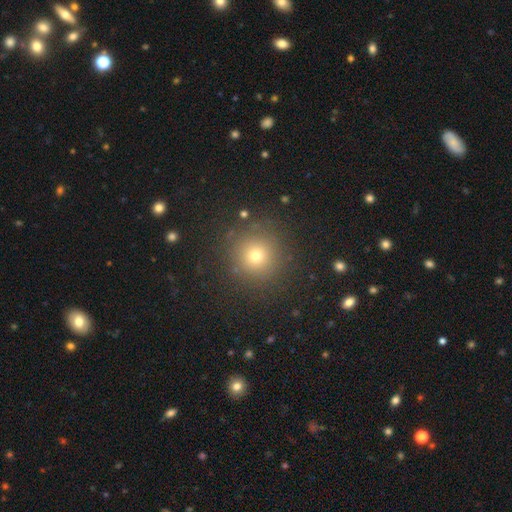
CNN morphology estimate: Smooth or featured? smooth (73%)
How rounded? round (95%)
Merging? none (88%)